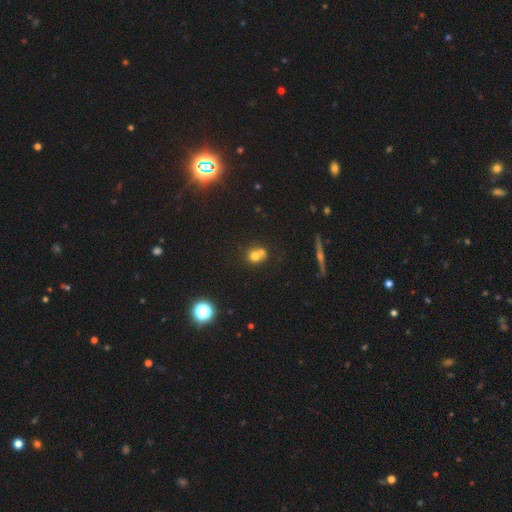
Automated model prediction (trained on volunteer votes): smooth_or_featured: smooth (p=0.66) [alt: featured or disk p=0.19]
how_rounded: round (p=0.79) [alt: in between p=0.20]
merging: merger (p=0.50) [alt: none p=0.39]